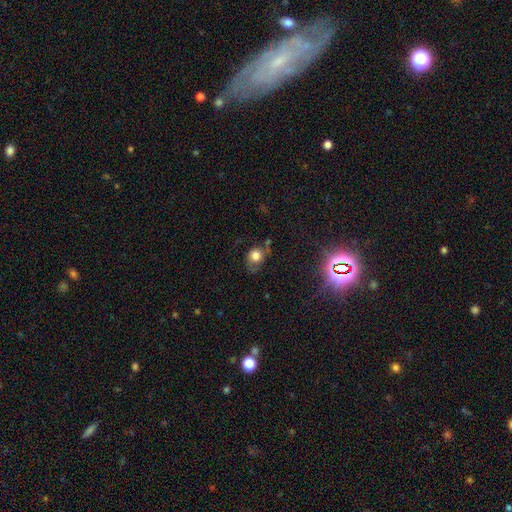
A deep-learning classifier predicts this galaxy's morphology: smooth-or-featured: smooth: 74% | featured or disk: 14% | star or artifact: 12%
  how-rounded: round: 62% | in between: 37% | cigar-shaped: 1%
  merging: none: 51% | minor disturbance: 29% | major disturbance: 14% | merger: 7%